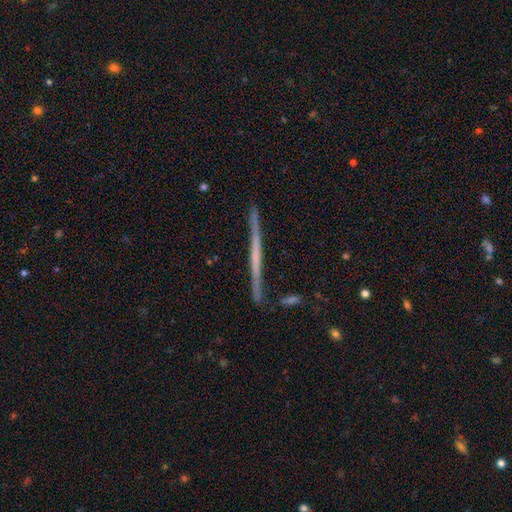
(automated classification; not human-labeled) Smooth or featured?
  - featured or disk: 66% *
  - smooth: 27%
  - star or artifact: 6%
Edge-on disk?
  - yes: 98% *
  - no: 2%
Edge-on bulge?
  - none: 81% *
  - rounded: 12%
  - boxy: 7%
Merging?
  - none: 88% *
  - minor disturbance: 8%
  - merger: 2%
  - major disturbance: 2%